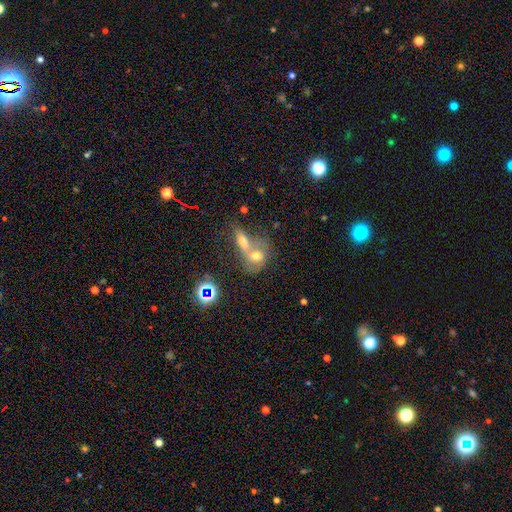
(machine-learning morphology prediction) Overall: smooth (49%; featured or disk 31%). Merging: merger (64%; none 24%).